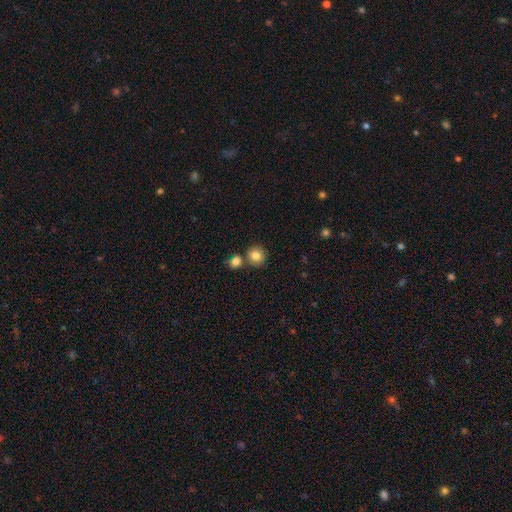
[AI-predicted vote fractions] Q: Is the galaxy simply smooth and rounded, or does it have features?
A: smooth — 82%.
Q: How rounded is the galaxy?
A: round — 87%.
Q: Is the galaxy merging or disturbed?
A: none — 69%.